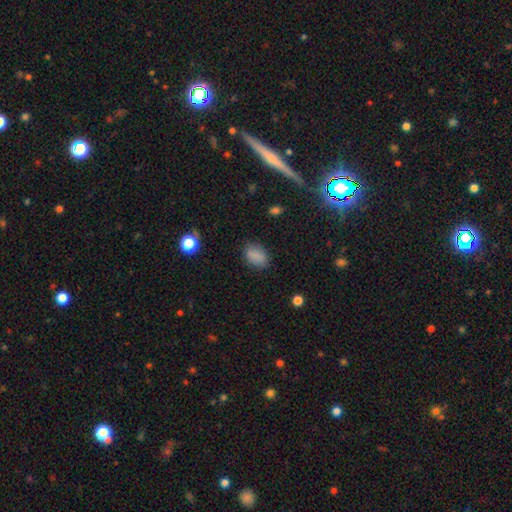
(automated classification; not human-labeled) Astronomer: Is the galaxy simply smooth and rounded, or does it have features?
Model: smooth — 85%.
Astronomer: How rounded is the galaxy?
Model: in between — 84%.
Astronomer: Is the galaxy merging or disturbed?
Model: none — 81%.